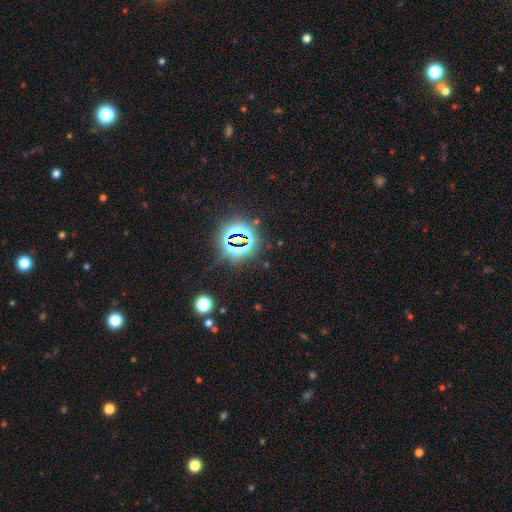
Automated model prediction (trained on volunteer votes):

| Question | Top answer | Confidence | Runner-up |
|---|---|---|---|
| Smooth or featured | star or artifact | 83% | smooth (10%) |